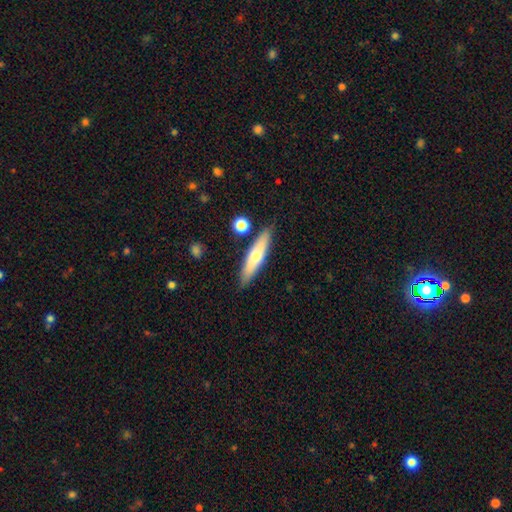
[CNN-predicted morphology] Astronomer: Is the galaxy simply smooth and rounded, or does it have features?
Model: smooth — 54% (runner-up: featured or disk, 40%).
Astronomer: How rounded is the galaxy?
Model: cigar-shaped — 77%.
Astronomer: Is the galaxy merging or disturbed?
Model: none — 84%.